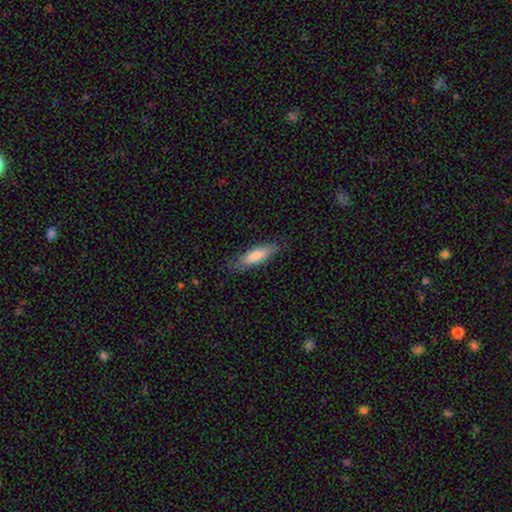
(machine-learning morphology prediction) A smooth galaxy with no disk features (78%) that is cigar-shaped (60%).

Vote fractions:
- Smooth or featured? smooth: 78% / featured or disk: 16% / star or artifact: 6%
- How rounded? cigar-shaped: 60% / in between: 39% / round: 1%
- Merging? none: 79% / minor disturbance: 16% / major disturbance: 3% / merger: 1%